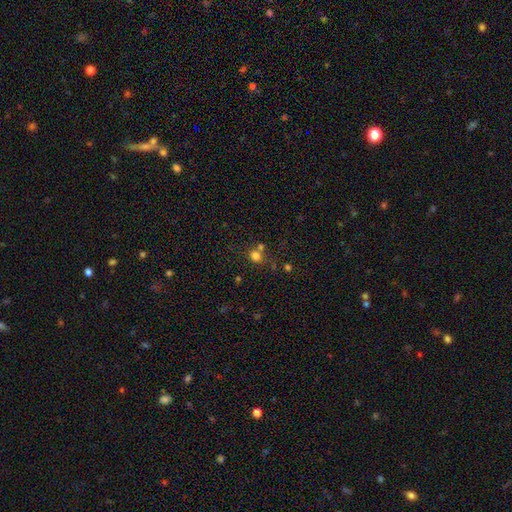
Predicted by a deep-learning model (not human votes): This appears to be a smooth galaxy with no disk features (75%) that is round (70%). Merging: none (57%).